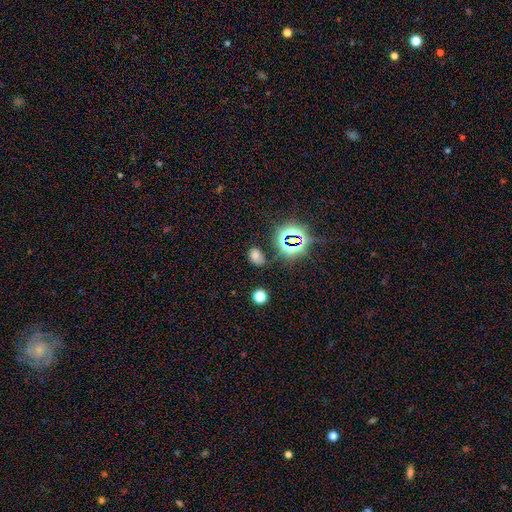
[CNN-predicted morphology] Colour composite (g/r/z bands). It shows a smooth galaxy with no disk features (59%) that is in between round and cigar-shaped (81%). Merging: none (71%).